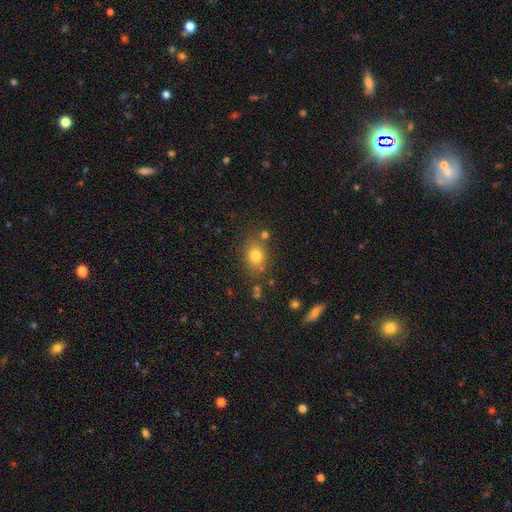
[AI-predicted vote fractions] A smooth galaxy with no disk features (77%) that is round (52%).

Vote fractions:
- Smooth or featured? smooth: 77% / star or artifact: 14% / featured or disk: 9%
- How rounded? round: 52% / in between: 47% / cigar-shaped: 1%
- Merging? none: 75% / minor disturbance: 13% / merger: 8% / major disturbance: 4%